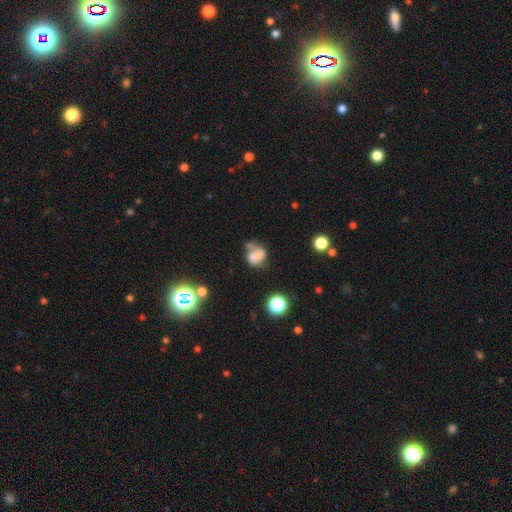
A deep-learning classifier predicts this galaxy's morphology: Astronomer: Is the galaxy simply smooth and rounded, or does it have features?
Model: smooth — 50% (runner-up: featured or disk, 36%).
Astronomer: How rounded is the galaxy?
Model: round — 52% (runner-up: in between, 45%).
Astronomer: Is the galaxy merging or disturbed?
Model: none — 39% (runner-up: minor disturbance, 25%).